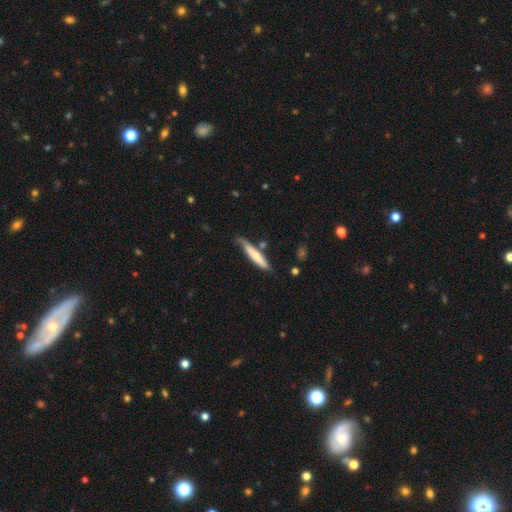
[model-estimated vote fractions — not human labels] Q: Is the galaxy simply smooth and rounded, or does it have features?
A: smooth — 61%.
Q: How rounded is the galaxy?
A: cigar-shaped — 89%.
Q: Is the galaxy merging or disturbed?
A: none — 67%.